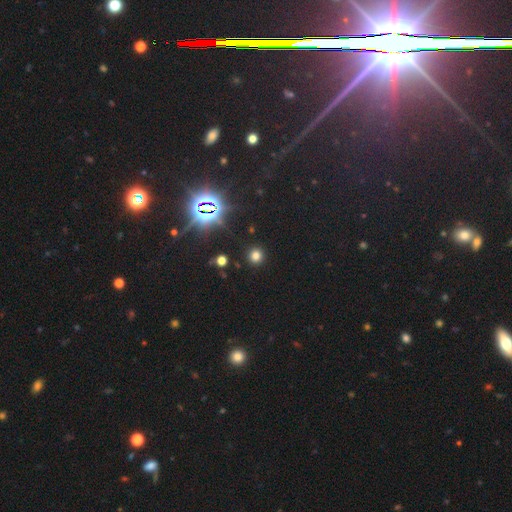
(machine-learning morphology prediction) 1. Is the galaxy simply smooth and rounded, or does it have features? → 71% smooth, 23% star or artifact, 6% featured or disk.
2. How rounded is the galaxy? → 91% round, 8% in between, 1% cigar-shaped.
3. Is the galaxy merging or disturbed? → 90% none, 6% minor disturbance, 2% major disturbance, 2% merger.